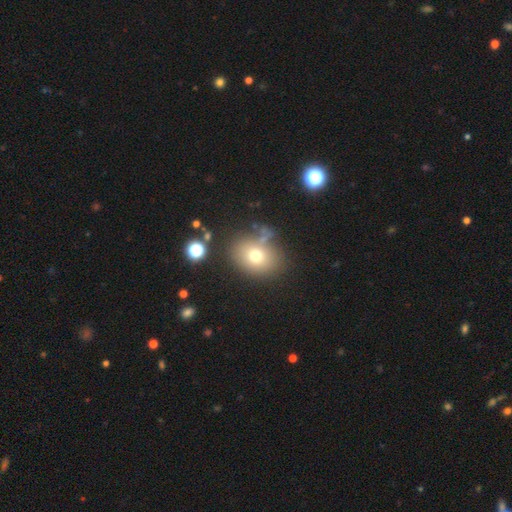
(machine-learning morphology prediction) Smooth or featured? Predicted: smooth (p=0.71). How rounded? Predicted: round (p=0.54). Merging? Predicted: none (p=0.68).